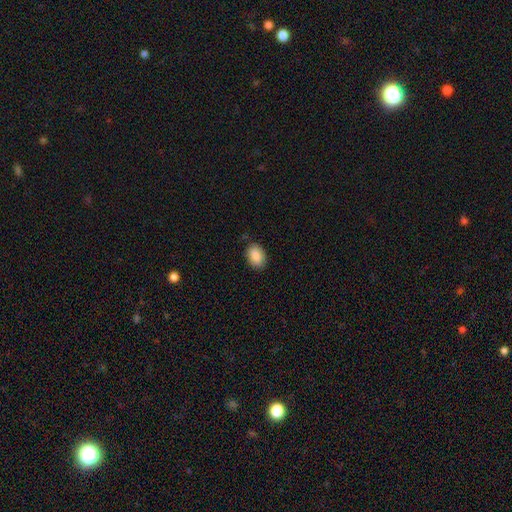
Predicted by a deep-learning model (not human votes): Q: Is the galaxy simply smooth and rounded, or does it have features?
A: smooth — 85%.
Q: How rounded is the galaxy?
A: in between — 84%.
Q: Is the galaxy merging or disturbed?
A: none — 83%.